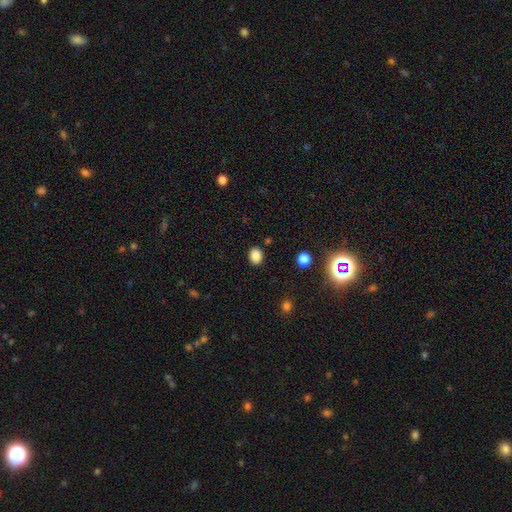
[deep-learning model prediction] This is clearly a smooth galaxy (86%). How rounded: possibly round (52%). Merging: clearly none (88%).